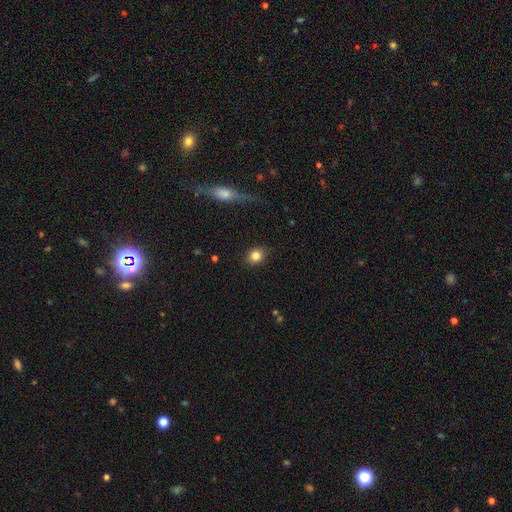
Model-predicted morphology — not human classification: The model was most divided on "how rounded": round: 69%, in between: 29%, cigar-shaped: 1%. More confident: merging — none (89%); smooth or featured — smooth (83%).